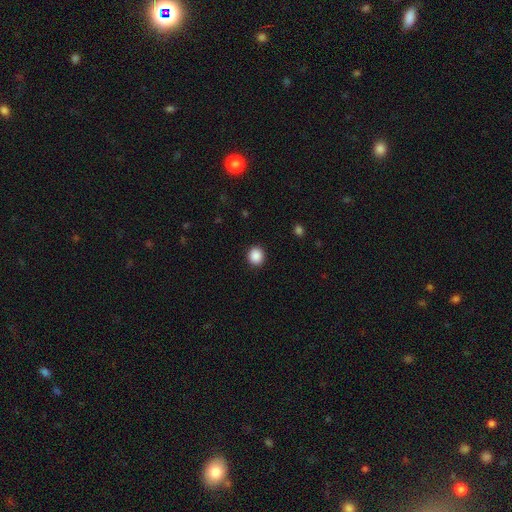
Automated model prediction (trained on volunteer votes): smooth 89%, star or artifact 9%, featured or disk 2%. Down the decision tree: how rounded — round (88%); merging — none (91%).